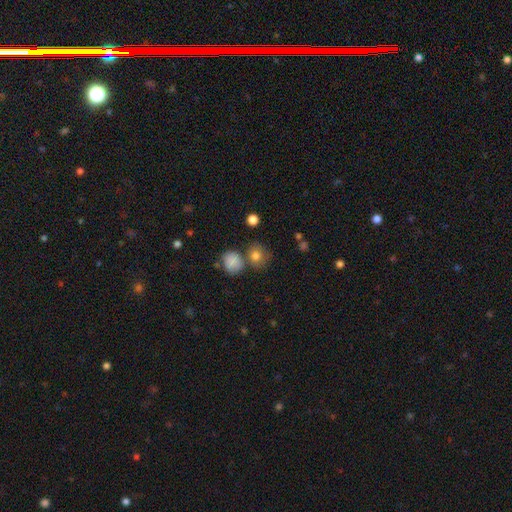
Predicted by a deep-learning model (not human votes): Smooth or featured? smooth (81%)
How rounded? round (77%)
Merging? none (62%)